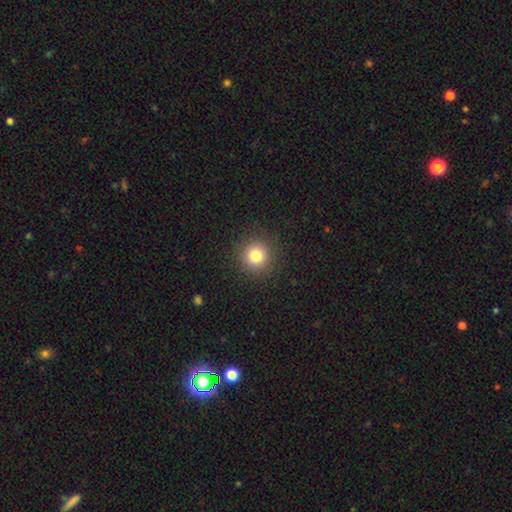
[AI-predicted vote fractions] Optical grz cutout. It shows a smooth galaxy with no disk features (80%) that is round (94%). Merging: none (91%).